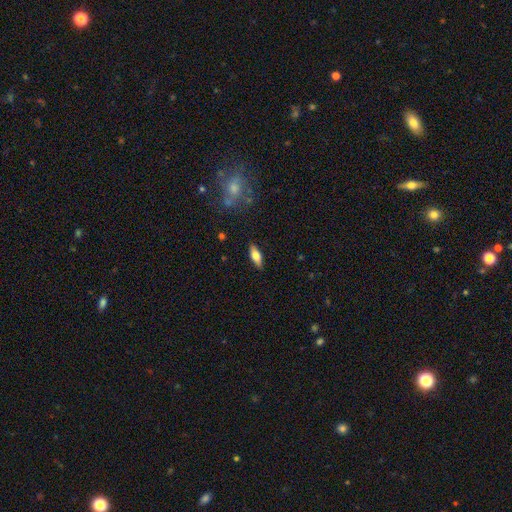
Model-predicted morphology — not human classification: Smooth or featured: smooth — 63% (featured or disk — 30%)
How rounded: in between — 70% (cigar-shaped — 27%)
Merging: none — 87% (minor disturbance — 10%)